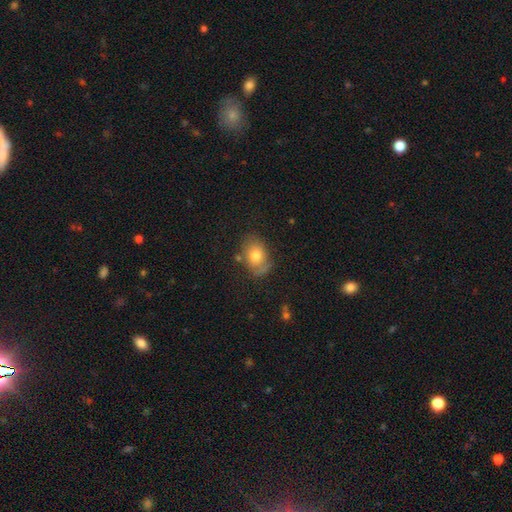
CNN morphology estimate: Overall: smooth (70%). How rounded: in between (70%). Merging: none (61%; minor disturbance 24%).